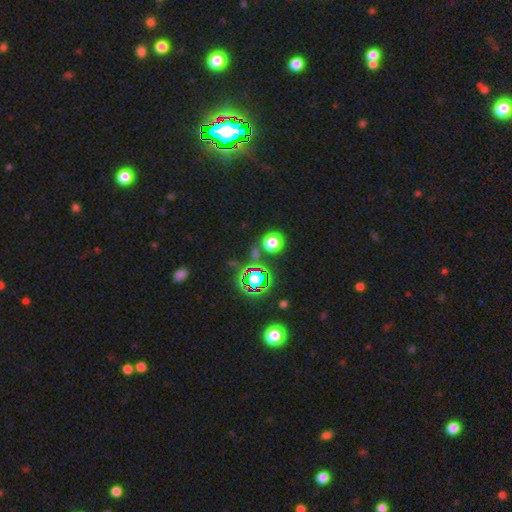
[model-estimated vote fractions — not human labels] This is likely a star or artifact rather than a galaxy (71%).